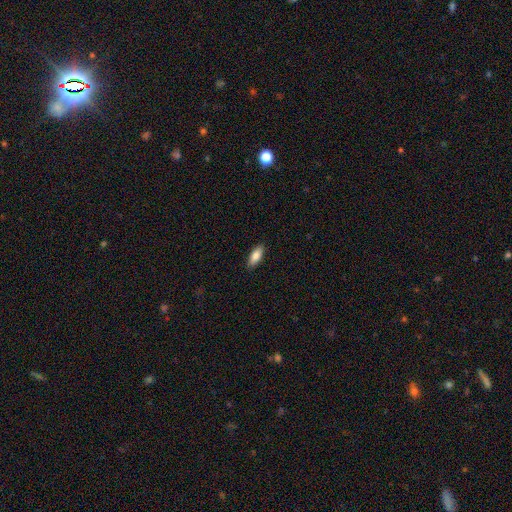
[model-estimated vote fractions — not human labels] A smooth galaxy with no disk features (84%) that is in between round and cigar-shaped (77%).

Vote fractions:
- Smooth or featured? smooth: 84% / featured or disk: 10% / star or artifact: 6%
- How rounded? in between: 77% / cigar-shaped: 21% / round: 2%
- Merging? none: 89% / minor disturbance: 8% / major disturbance: 2% / merger: 1%